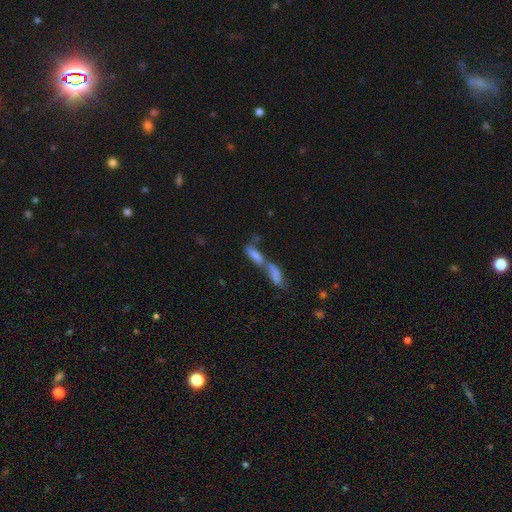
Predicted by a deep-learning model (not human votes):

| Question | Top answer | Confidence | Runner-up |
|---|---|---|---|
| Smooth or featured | smooth | 61% | featured or disk (26%) |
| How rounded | in between | 56% | cigar-shaped (40%) |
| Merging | merger | 80% | none (11%) |